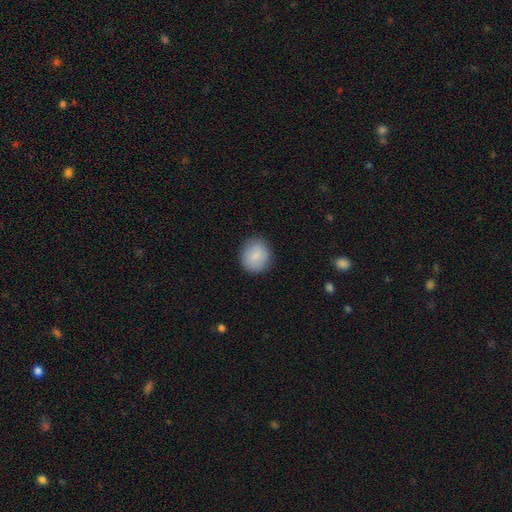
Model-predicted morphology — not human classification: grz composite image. It shows a smooth galaxy with no disk features (86%) that is round (73%). Merging: none (85%).